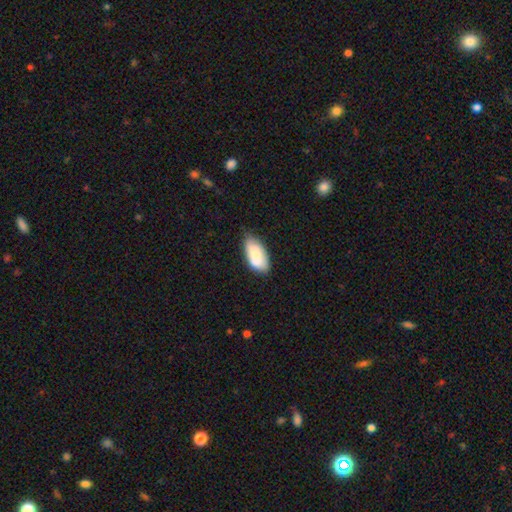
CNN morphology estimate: smooth_or_featured: smooth (p=0.76) [alt: featured or disk p=0.17]
how_rounded: in between (p=0.92) [alt: cigar-shaped p=0.05]
merging: none (p=0.64) [alt: minor disturbance p=0.28]